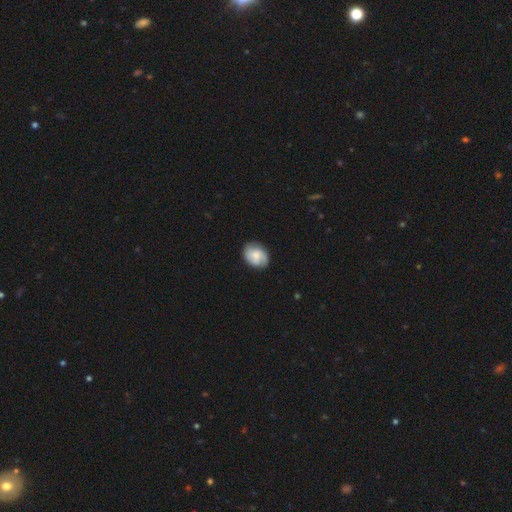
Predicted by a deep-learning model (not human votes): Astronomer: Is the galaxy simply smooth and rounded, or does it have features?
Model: featured or disk — 48% (runner-up: smooth, 44%).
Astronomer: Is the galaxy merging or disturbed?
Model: none — 77%.